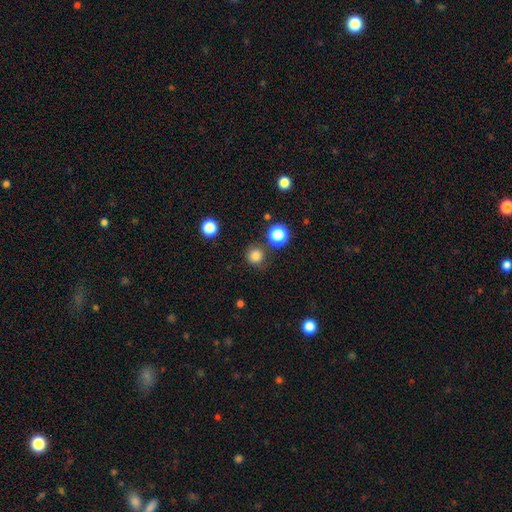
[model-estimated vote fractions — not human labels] Smooth or featured: smooth — 81% (star or artifact — 15%)
How rounded: round — 94% (in between — 5%)
Merging: none — 83% (minor disturbance — 9%)